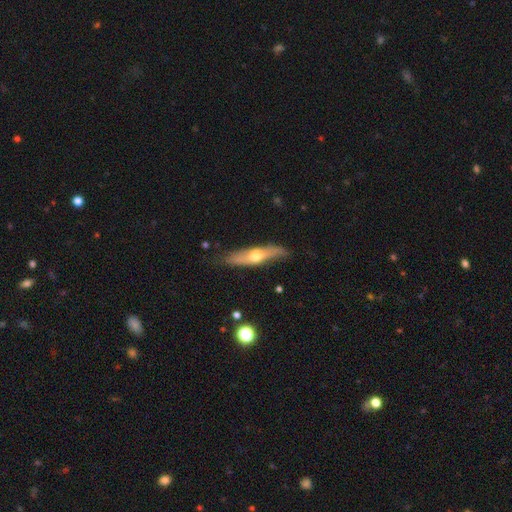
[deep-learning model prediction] A featured or disk galaxy (53%) viewed edge-on (81%).

Vote fractions:
- Smooth or featured? featured or disk: 53% / smooth: 41% / star or artifact: 6%
- Edge-on disk? yes: 81% / no: 19%
- Merging? none: 78% / minor disturbance: 16% / major disturbance: 4% / merger: 2%